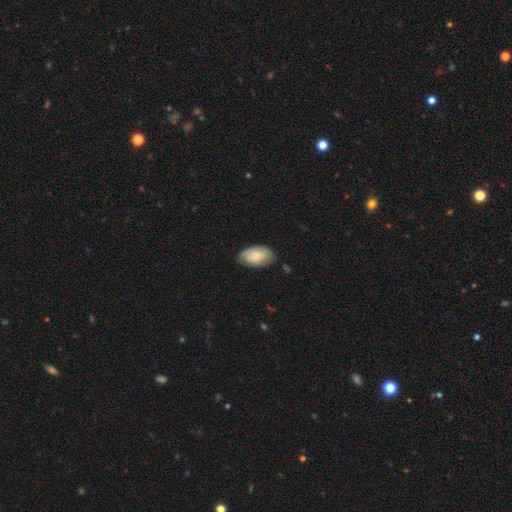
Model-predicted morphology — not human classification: The model was most divided on "merging": none: 71%, minor disturbance: 23%, major disturbance: 4%, merger: 2%. More confident: how rounded — in between (94%); smooth or featured — smooth (73%).